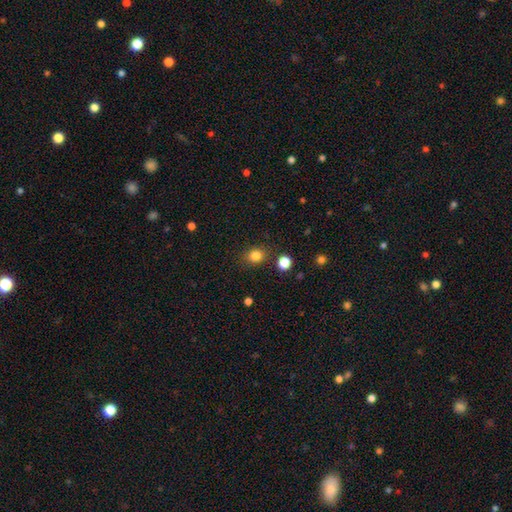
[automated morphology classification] This is clearly a smooth galaxy (83%). How rounded: likely round (67%). Merging: clearly none (84%).